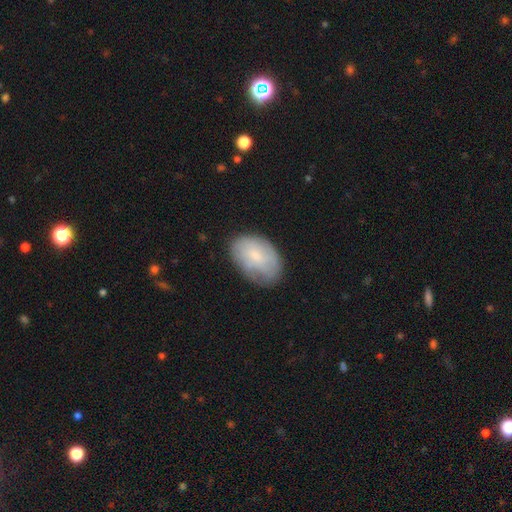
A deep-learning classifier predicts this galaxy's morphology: smooth-or-featured: smooth: 67% | featured or disk: 26% | star or artifact: 7%
  how-rounded: in between: 88% | round: 11% | cigar-shaped: 1%
  merging: none: 67% | minor disturbance: 24% | major disturbance: 7% | merger: 1%